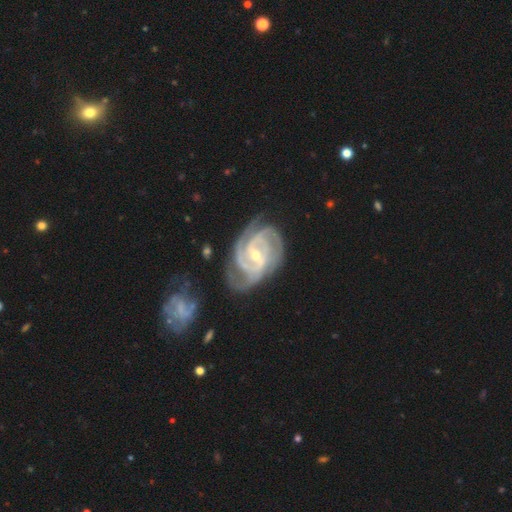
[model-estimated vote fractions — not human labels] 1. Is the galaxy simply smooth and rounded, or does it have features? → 93% featured or disk, 4% star or artifact, 3% smooth.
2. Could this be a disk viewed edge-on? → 98% no, 2% yes.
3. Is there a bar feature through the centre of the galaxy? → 45% weak, 33% strong, 21% no.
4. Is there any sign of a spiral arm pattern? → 98% yes, 2% no.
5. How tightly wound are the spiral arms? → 61% tight, 34% medium, 5% loose.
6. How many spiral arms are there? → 41% 3, 22% 2, 16% 4, 11% can't tell, 5% more than 4, 5% 1.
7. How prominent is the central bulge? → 58% small, 39% moderate, 1% large, 1% none, 1% dominant.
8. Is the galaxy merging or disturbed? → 64% none, 22% minor disturbance, 11% major disturbance, 3% merger.